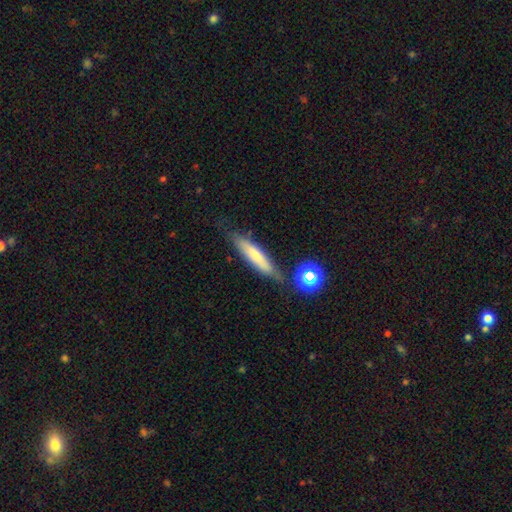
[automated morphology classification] Smooth or featured? Predicted: smooth (p=0.67). How rounded? Predicted: cigar-shaped (p=0.84). Merging? Predicted: none (p=0.72).